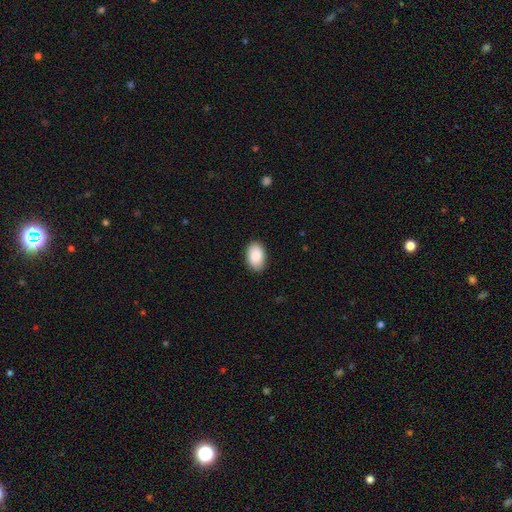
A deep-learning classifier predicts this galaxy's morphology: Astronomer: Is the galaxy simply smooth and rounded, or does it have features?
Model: smooth — 88%.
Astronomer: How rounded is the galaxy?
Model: in between — 91%.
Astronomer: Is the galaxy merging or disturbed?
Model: none — 88%.